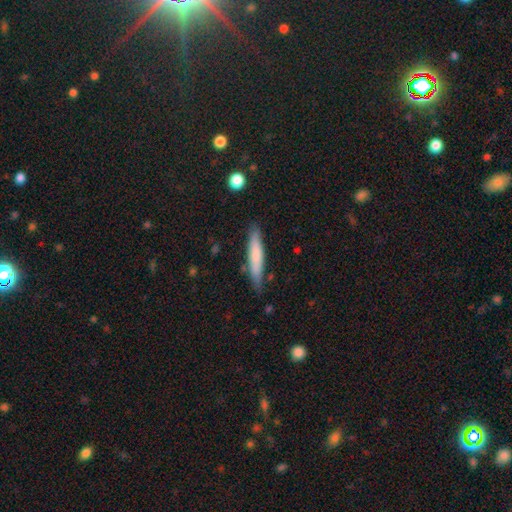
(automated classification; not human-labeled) The model was most divided on "smooth or featured": smooth: 71%, featured or disk: 23%, star or artifact: 6%. More confident: how rounded — cigar-shaped (90%); merging — none (82%).